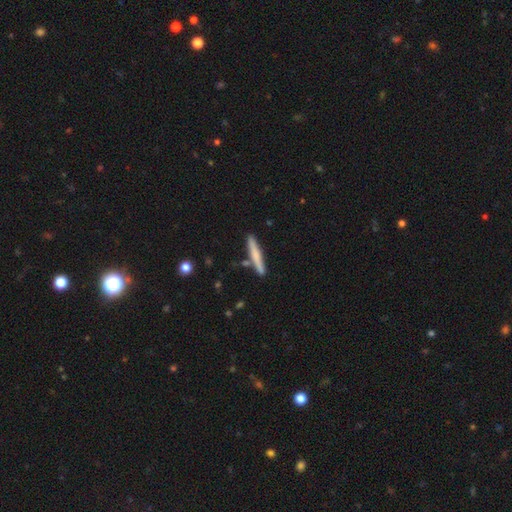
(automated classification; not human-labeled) smooth 66%, featured or disk 29%, star or artifact 5%. Down the decision tree: how rounded — cigar-shaped (95%); merging — none (84%).